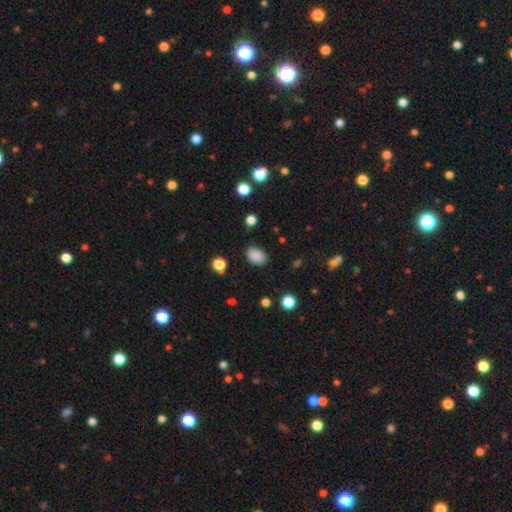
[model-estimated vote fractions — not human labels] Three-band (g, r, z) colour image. It shows a smooth galaxy with no disk features (86%) that is in between round and cigar-shaped (77%). Merging: none (79%).